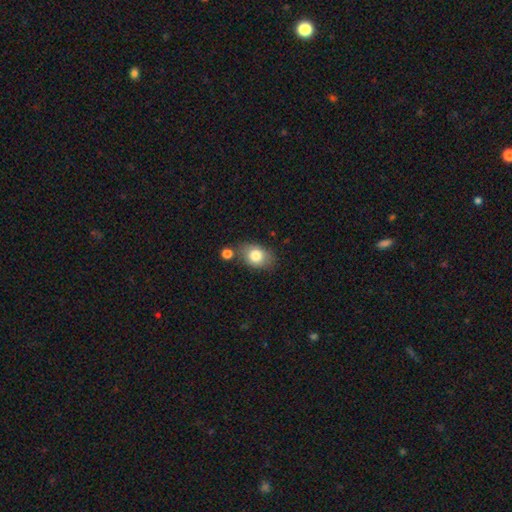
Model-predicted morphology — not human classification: Q: Smooth or featured?
A: smooth (80%); runner-up: featured or disk (12%)
Q: How rounded?
A: in between (75%); runner-up: round (24%)
Q: Merging?
A: none (66%); runner-up: minor disturbance (17%)